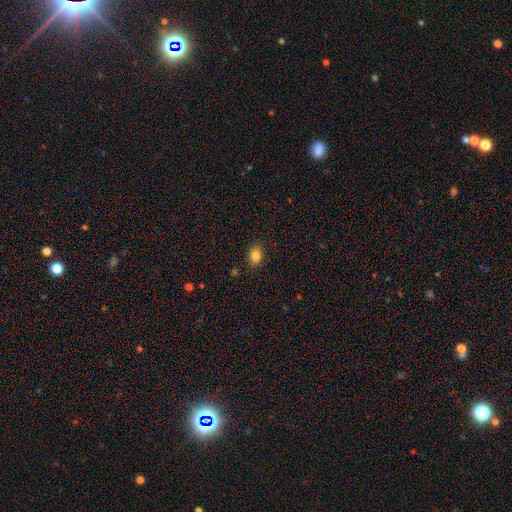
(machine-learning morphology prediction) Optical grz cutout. It shows a smooth galaxy with no disk features (84%) that is in between round and cigar-shaped (82%). Merging: none (86%).